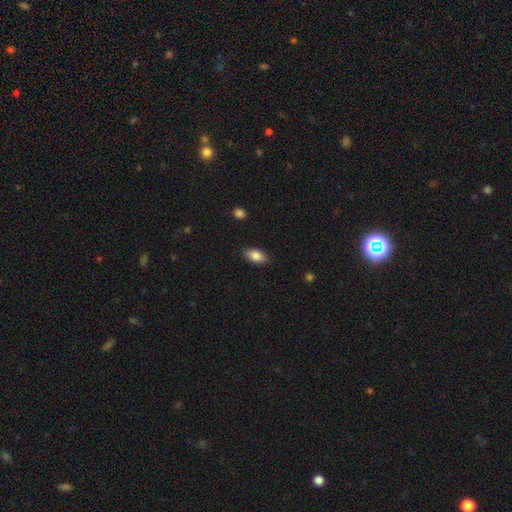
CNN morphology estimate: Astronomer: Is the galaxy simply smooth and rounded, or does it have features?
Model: smooth — 85%.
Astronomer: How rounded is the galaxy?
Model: in between — 91%.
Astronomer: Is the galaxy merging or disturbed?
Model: none — 87%.